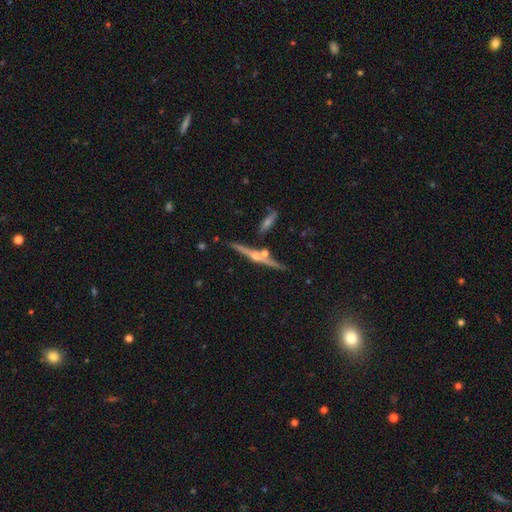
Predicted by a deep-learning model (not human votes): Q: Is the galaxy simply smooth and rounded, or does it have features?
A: featured or disk — 75%.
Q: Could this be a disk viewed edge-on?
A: yes — 97%.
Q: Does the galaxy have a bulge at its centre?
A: rounded — 82%.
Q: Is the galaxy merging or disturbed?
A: none — 76%.